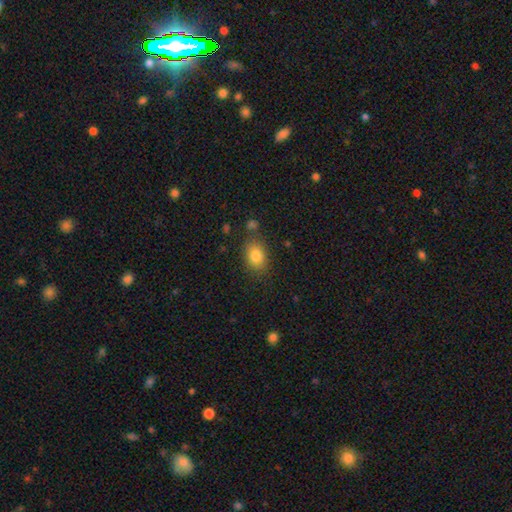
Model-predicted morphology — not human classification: type=smooth (83%); roundness=in between (73%); merging=none (78%).